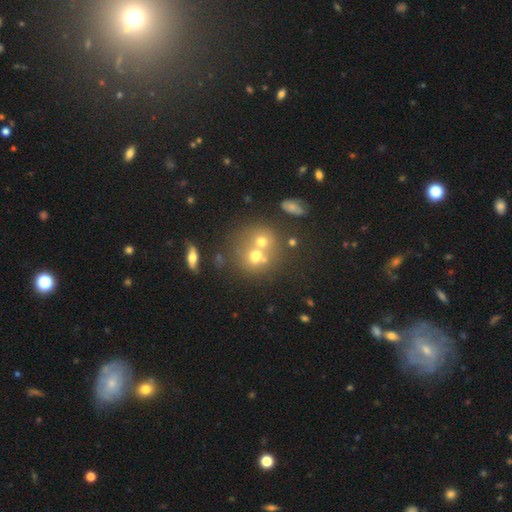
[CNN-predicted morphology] The model was most divided on "merging": merger: 52%, none: 36%, minor disturbance: 8%, major disturbance: 4%. More confident: how rounded — round (75%); smooth or featured — smooth (59%).